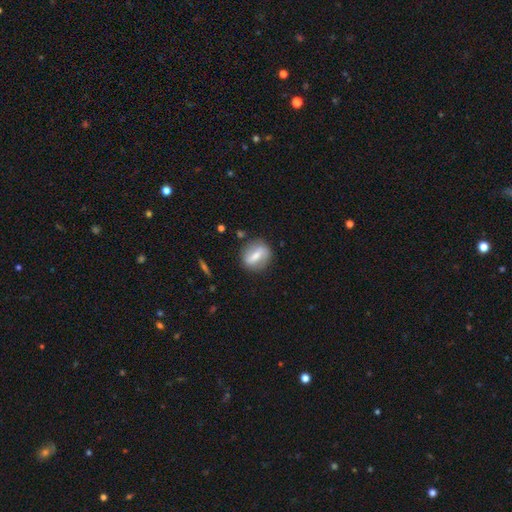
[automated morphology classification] The model was most divided on "smooth or featured": smooth: 48%, featured or disk: 44%, star or artifact: 7%. More confident: merging — none (81%).